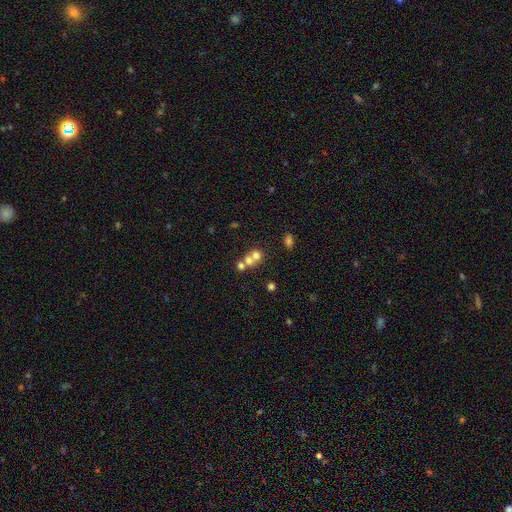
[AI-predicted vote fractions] Overall: smooth (63%). How rounded: round (76%). Merging: merger (60%; none 30%).